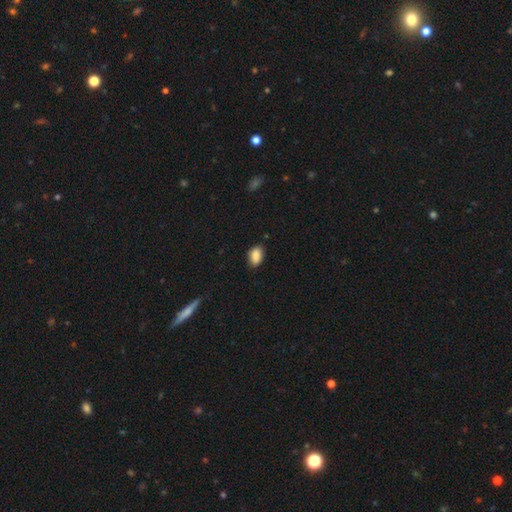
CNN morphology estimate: Smooth or featured?
  - smooth: 89% *
  - star or artifact: 8%
  - featured or disk: 4%
How rounded?
  - in between: 90% *
  - round: 8%
  - cigar-shaped: 2%
Merging?
  - none: 80% *
  - minor disturbance: 16%
  - major disturbance: 3%
  - merger: 1%